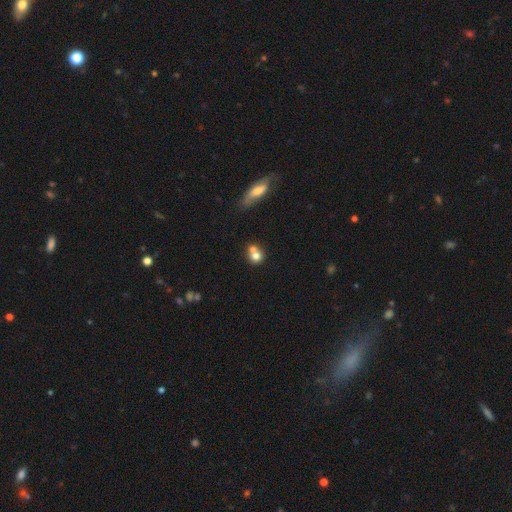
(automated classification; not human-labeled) The model was most divided on "merging": merger: 53%, none: 35%, minor disturbance: 8%, major disturbance: 4%. More confident: how rounded — round (80%); smooth or featured — smooth (73%).